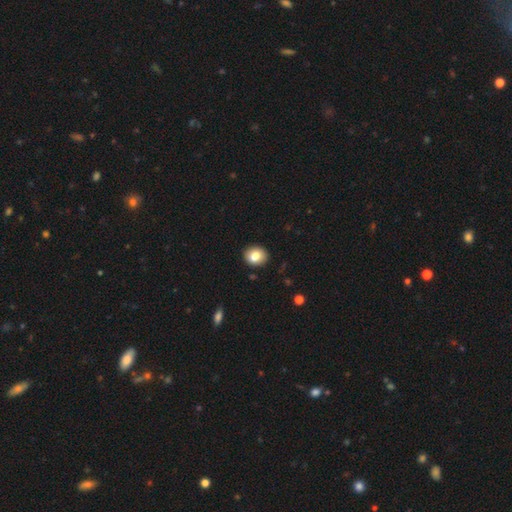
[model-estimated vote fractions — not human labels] smooth_or_featured: smooth (p=0.82) [alt: featured or disk p=0.09]
how_rounded: round (p=0.62) [alt: in between p=0.37]
merging: none (p=0.88) [alt: minor disturbance p=0.08]